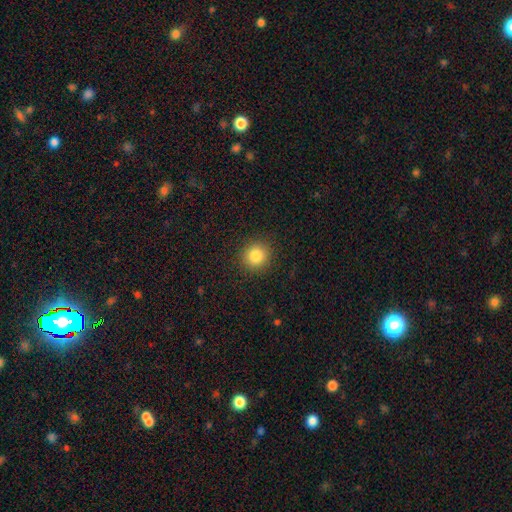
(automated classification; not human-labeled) Smooth or featured? smooth (84%)
How rounded? round (88%)
Merging? none (91%)